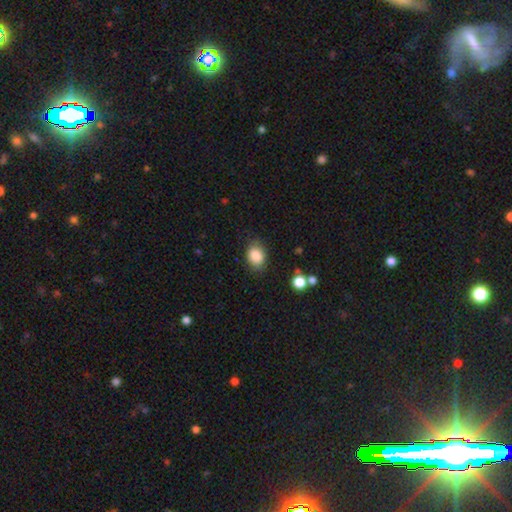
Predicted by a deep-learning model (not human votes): Smooth or featured?
  - smooth: 86% *
  - star or artifact: 8%
  - featured or disk: 5%
How rounded?
  - in between: 70% *
  - round: 29%
  - cigar-shaped: 1%
Merging?
  - none: 80% *
  - minor disturbance: 14%
  - major disturbance: 4%
  - merger: 2%